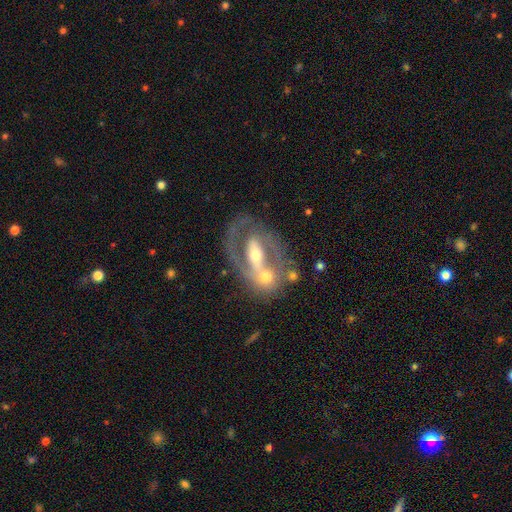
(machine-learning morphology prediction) This appears to be a featured or disk galaxy (80%) with a strong bar (50%), spiral arms (64%) and a moderate central bulge (60%). Merging: none (45%).